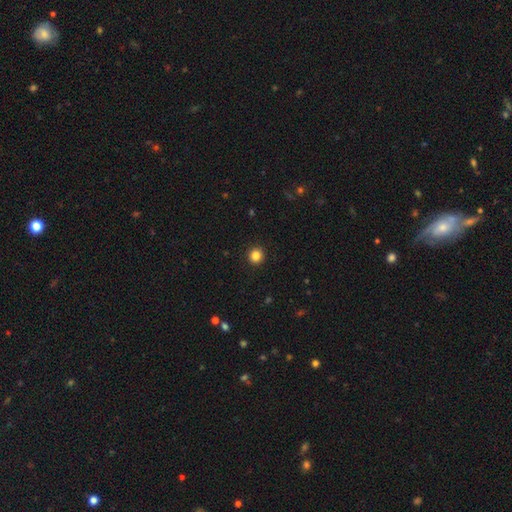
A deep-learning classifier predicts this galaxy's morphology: type=smooth (84%); roundness=round (94%); merging=none (94%).